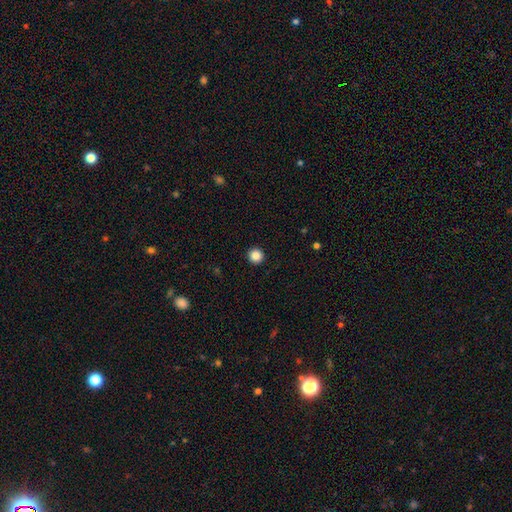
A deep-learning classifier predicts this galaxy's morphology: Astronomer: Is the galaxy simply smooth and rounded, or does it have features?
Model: smooth — 86%.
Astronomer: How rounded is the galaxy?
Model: round — 96%.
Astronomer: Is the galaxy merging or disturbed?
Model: none — 94%.